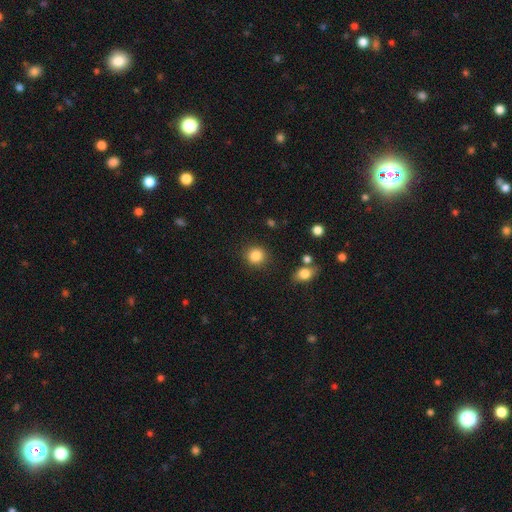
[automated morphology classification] type=smooth (86%); roundness=round (88%); merging=none (88%).